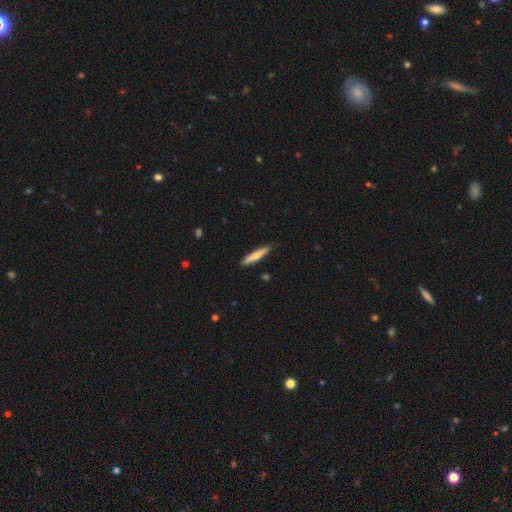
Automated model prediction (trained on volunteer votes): Smooth or featured? Predicted: smooth (p=0.67). How rounded? Predicted: cigar-shaped (p=0.91). Merging? Predicted: none (p=0.89).